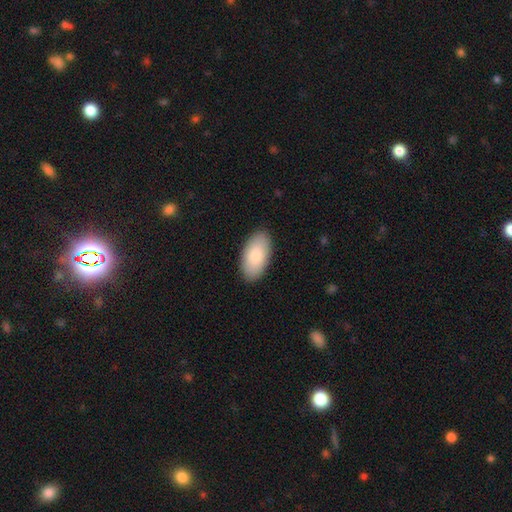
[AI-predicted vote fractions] The model was most divided on "smooth or featured": smooth: 83%, featured or disk: 11%, star or artifact: 5%. More confident: how rounded — in between (96%); merging — none (88%).